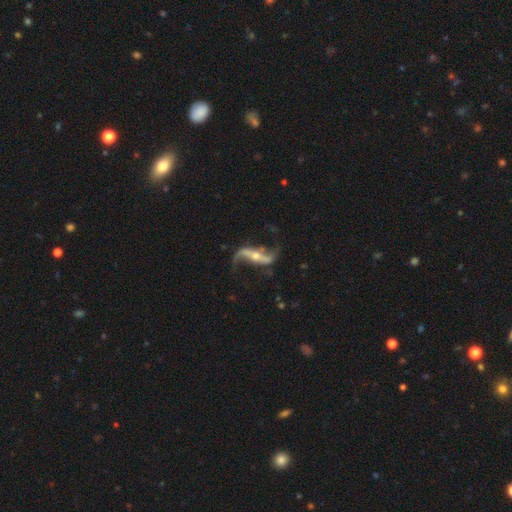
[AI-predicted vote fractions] Overall: featured or disk (89%). Edge-on disk: no (87%). Bar: strong (50%; no 29%). Spiral arms: yes (95%). Spiral arm count: 2 (93%). Spiral winding: loose (90%). Bulge size: small (47%; moderate 46%). Merging: none (70%).